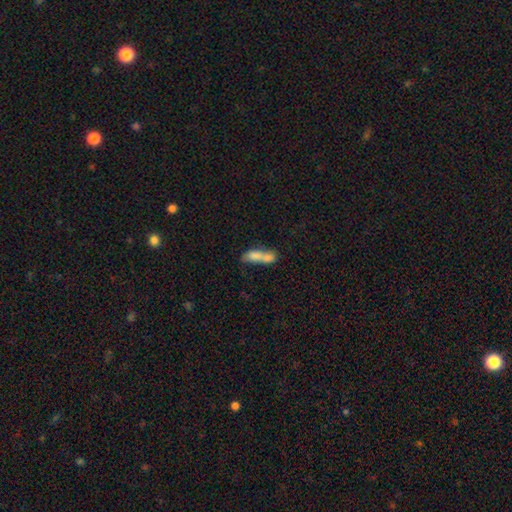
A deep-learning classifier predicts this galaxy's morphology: Smooth or featured? Predicted: smooth (p=0.70). How rounded? Predicted: in between (p=0.59). Merging? Predicted: merger (p=0.65).